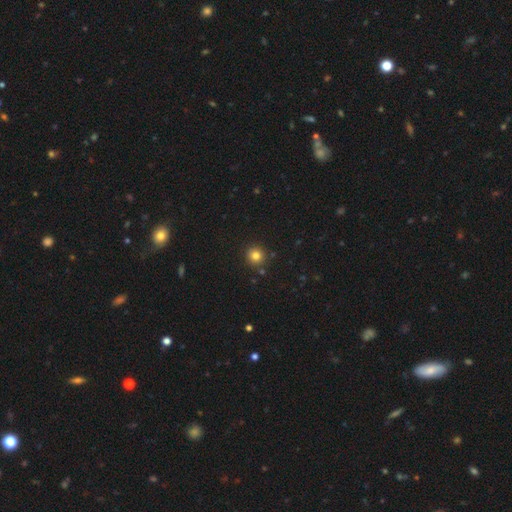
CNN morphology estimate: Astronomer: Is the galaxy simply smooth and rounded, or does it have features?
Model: smooth — 81%.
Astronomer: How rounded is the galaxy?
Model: round — 93%.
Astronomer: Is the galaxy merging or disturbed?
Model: none — 88%.